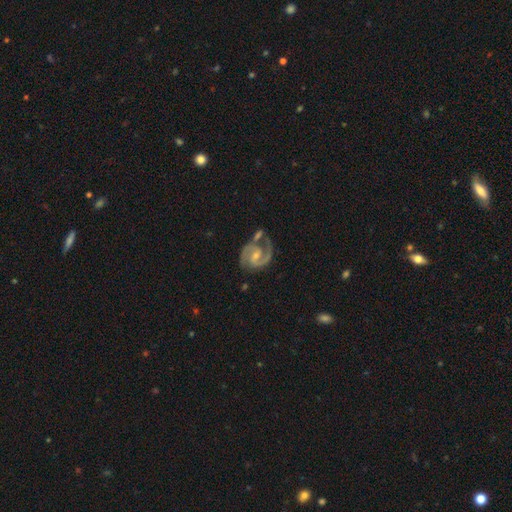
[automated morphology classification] This appears to be a featured or disk galaxy (90%) with a weak bar (50%), 2 (89%) medium (56%) spiral arms (98%) and a small central bulge (53%). Merging: none (56%).